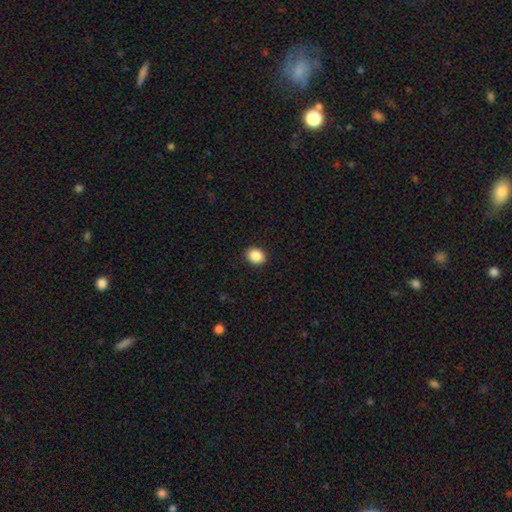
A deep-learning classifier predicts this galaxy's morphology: smooth-or-featured: smooth: 88% | star or artifact: 9% | featured or disk: 3%
  how-rounded: round: 54% | in between: 45% | cigar-shaped: 1%
  merging: none: 91% | minor disturbance: 6% | major disturbance: 2% | merger: 1%